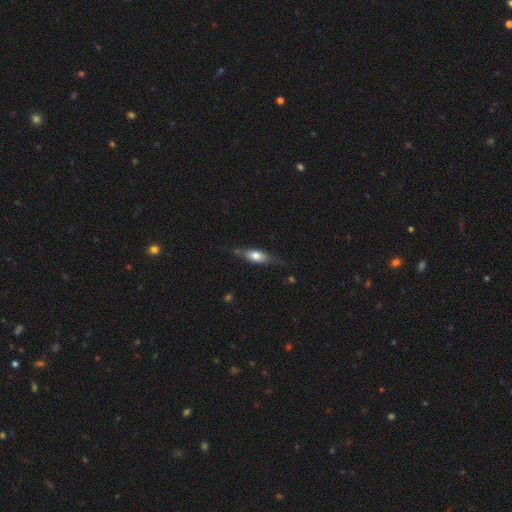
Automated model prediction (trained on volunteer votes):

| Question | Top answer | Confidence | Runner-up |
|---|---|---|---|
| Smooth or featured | smooth | 63% | featured or disk (31%) |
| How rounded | in between | 65% | cigar-shaped (31%) |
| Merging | none | 66% | minor disturbance (23%) |